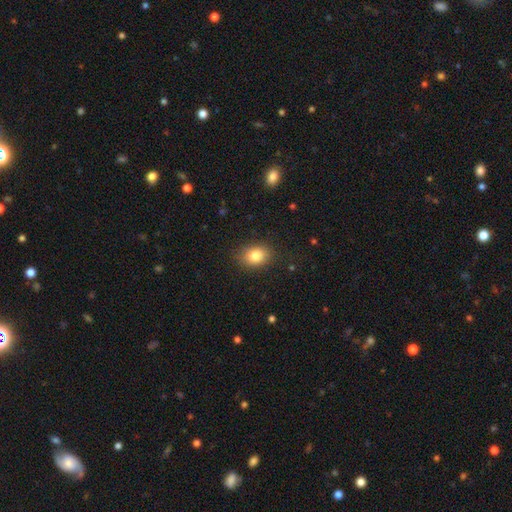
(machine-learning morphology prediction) Overall: smooth (82%). How rounded: in between (65%; round 34%). Merging: none (85%).